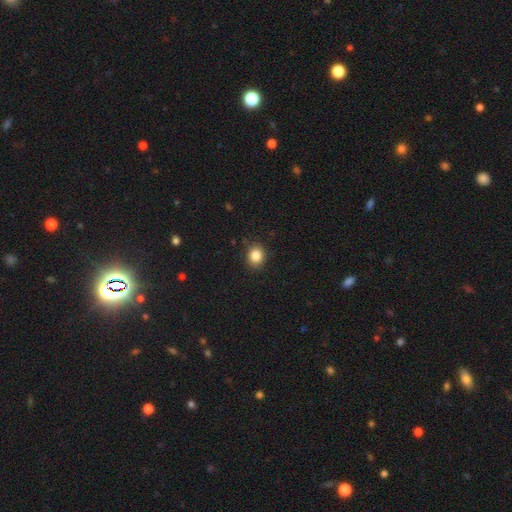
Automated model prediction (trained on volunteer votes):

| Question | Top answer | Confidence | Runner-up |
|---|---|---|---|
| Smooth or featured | smooth | 85% | star or artifact (10%) |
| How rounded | round | 63% | in between (36%) |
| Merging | none | 87% | minor disturbance (9%) |